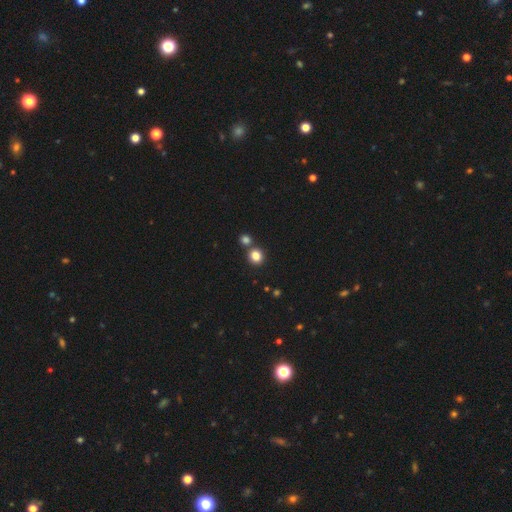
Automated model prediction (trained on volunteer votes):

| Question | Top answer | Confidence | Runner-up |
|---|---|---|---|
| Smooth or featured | smooth | 83% | star or artifact (12%) |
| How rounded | round | 85% | in between (14%) |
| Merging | none | 70% | merger (21%) |